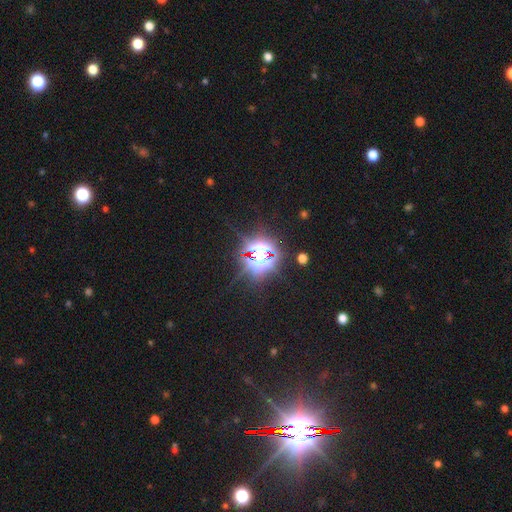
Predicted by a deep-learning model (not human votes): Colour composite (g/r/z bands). It shows a star or artifact, not a galaxy (75%).